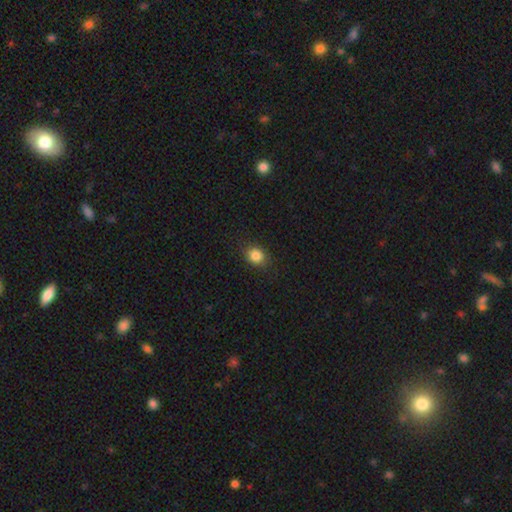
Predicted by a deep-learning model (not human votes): Q: Smooth or featured?
A: smooth (85%); runner-up: star or artifact (10%)
Q: How rounded?
A: round (62%); runner-up: in between (37%)
Q: Merging?
A: none (86%); runner-up: minor disturbance (10%)